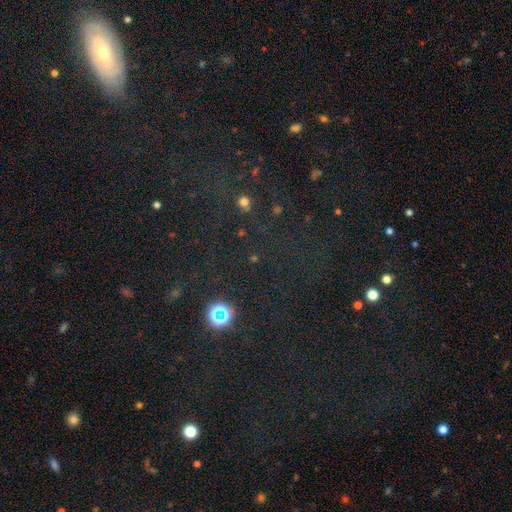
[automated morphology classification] star or artifact 57%, smooth 29%, featured or disk 13%.